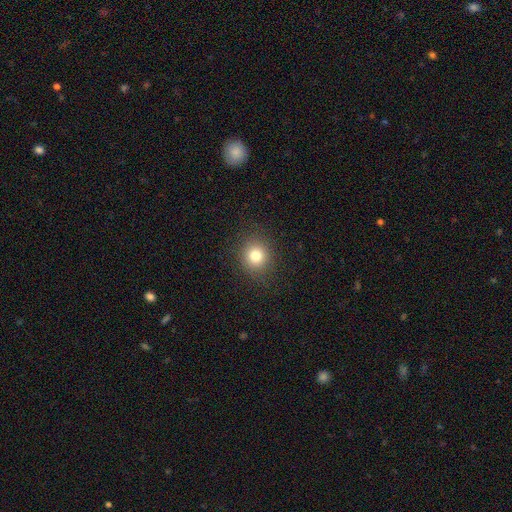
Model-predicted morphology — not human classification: The model was most divided on "smooth or featured": smooth: 80%, star or artifact: 12%, featured or disk: 7%. More confident: merging — none (89%); how rounded — round (85%).